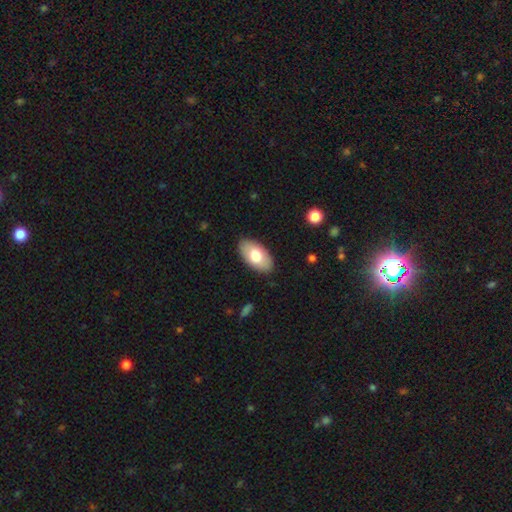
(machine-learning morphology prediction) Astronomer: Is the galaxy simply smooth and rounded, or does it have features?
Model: smooth — 73%.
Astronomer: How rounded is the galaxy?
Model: in between — 95%.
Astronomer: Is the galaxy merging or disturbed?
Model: none — 88%.